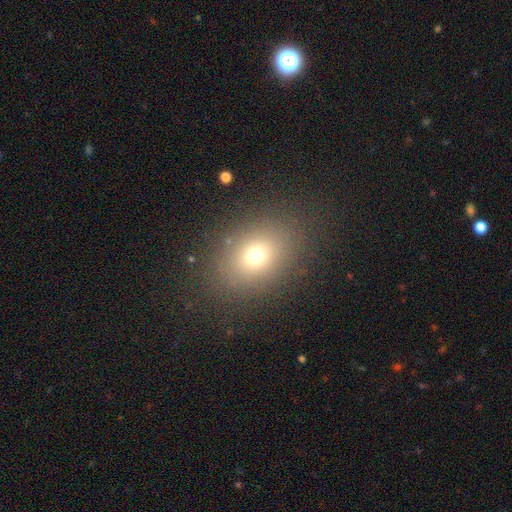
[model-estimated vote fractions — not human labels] The model was most divided on "how rounded": in between: 60%, round: 39%, cigar-shaped: 1%. More confident: merging — none (84%); smooth or featured — smooth (71%).